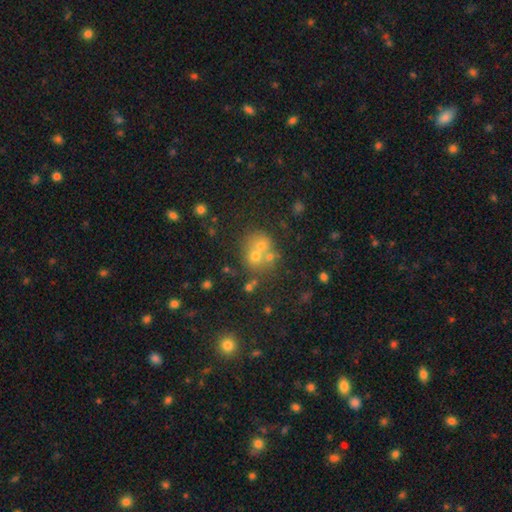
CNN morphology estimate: Smooth or featured? smooth (51%)
How rounded? round (75%)
Merging? merger (44%)